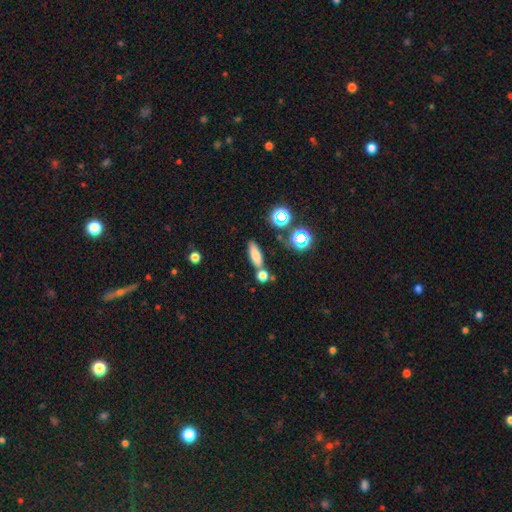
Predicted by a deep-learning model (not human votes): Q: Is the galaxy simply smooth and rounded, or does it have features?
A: smooth — 73%.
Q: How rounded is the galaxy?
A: in between — 52%.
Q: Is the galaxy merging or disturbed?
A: none — 67%.